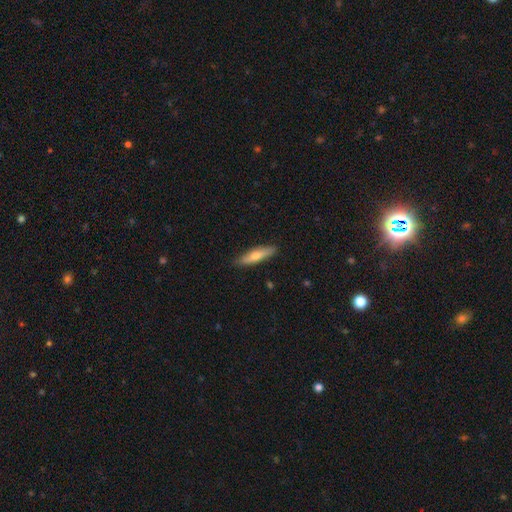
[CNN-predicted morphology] This is possibly a smooth galaxy (58%). How rounded: clearly cigar-shaped (81%). Merging: clearly none (89%).